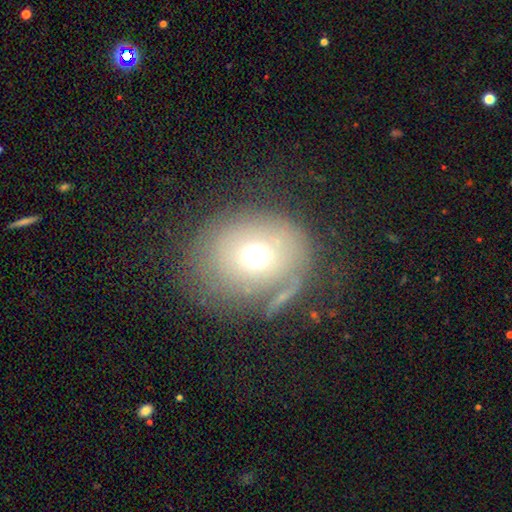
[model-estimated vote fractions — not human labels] Smooth or featured? Predicted: smooth (p=0.64). How rounded? Predicted: round (p=0.60). Merging? Predicted: none (p=0.60).